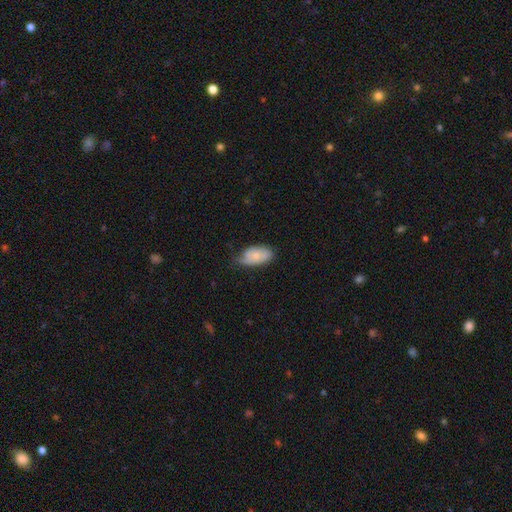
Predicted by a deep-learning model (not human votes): Smooth or featured? Predicted: smooth (p=0.62). How rounded? Predicted: in between (p=0.93). Merging? Predicted: none (p=0.51).